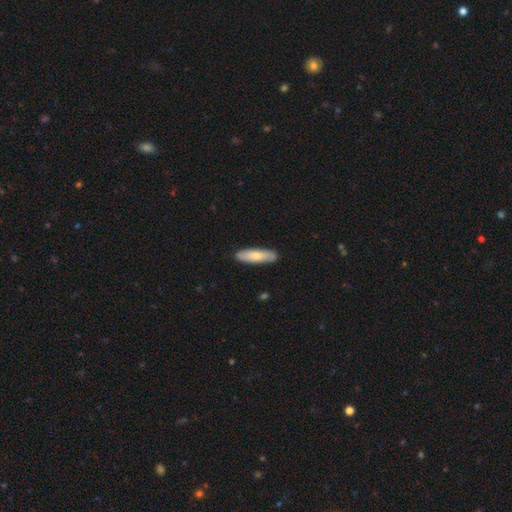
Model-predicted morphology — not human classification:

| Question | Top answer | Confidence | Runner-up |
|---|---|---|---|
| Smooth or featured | smooth | 73% | featured or disk (21%) |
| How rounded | cigar-shaped | 59% | in between (39%) |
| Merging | none | 87% | minor disturbance (10%) |